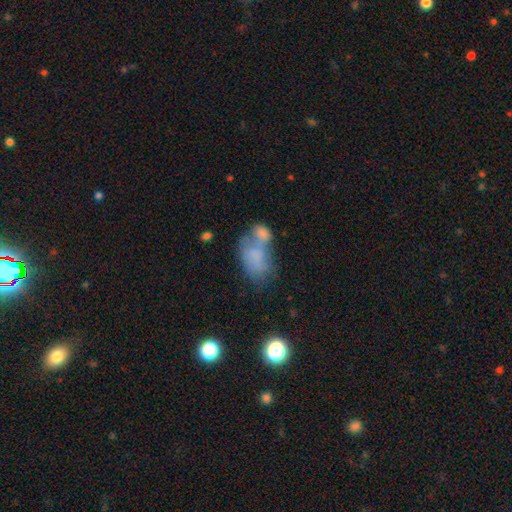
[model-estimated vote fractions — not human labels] Smooth or featured?
  - smooth: 62% *
  - featured or disk: 26%
  - star or artifact: 12%
How rounded?
  - in between: 86% *
  - round: 12%
  - cigar-shaped: 2%
Merging?
  - merger: 52% *
  - none: 20%
  - minor disturbance: 14%
  - major disturbance: 14%